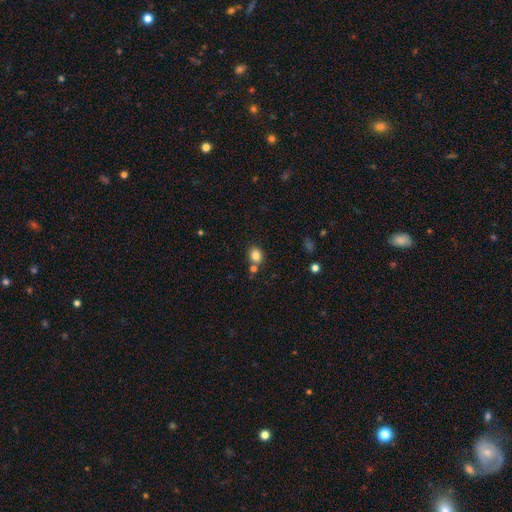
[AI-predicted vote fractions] smooth_or_featured: smooth (p=0.82) [alt: star or artifact p=0.11]
how_rounded: round (p=0.67) [alt: in between p=0.32]
merging: none (p=0.72) [alt: merger p=0.14]